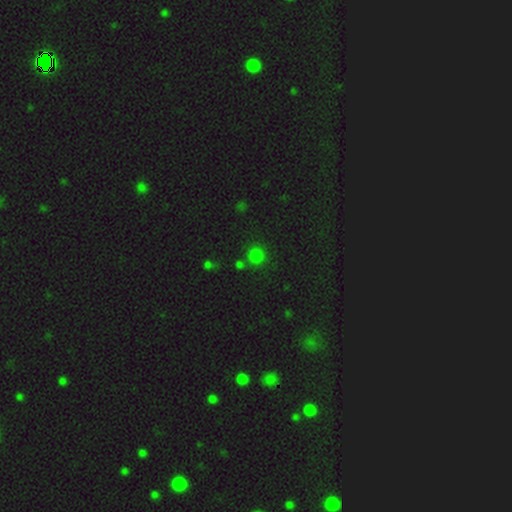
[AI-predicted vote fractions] The model was most divided on "smooth or featured": smooth: 75%, star or artifact: 21%, featured or disk: 4%. More confident: how rounded — round (93%); merging — none (79%).